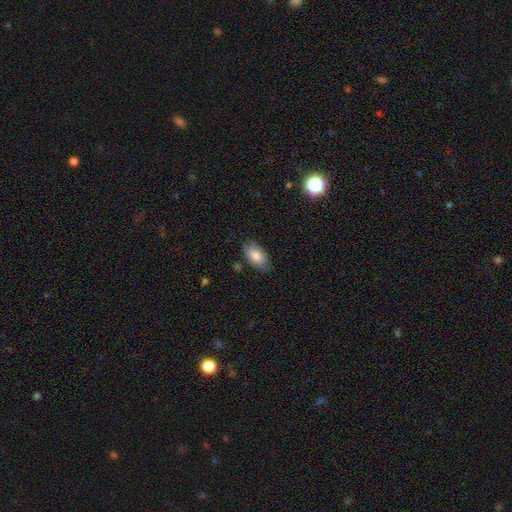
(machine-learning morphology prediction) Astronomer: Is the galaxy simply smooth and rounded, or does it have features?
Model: smooth — 81%.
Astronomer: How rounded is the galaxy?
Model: in between — 94%.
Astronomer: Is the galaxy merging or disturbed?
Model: none — 78%.